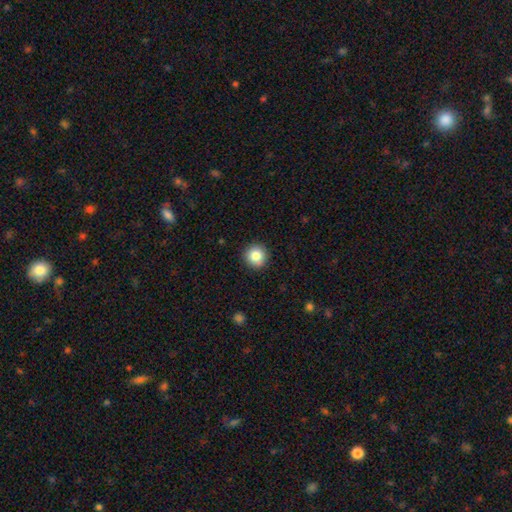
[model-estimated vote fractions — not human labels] Q: Smooth or featured?
A: smooth (84%); runner-up: star or artifact (9%)
Q: How rounded?
A: round (95%); runner-up: in between (4%)
Q: Merging?
A: none (92%); runner-up: minor disturbance (5%)